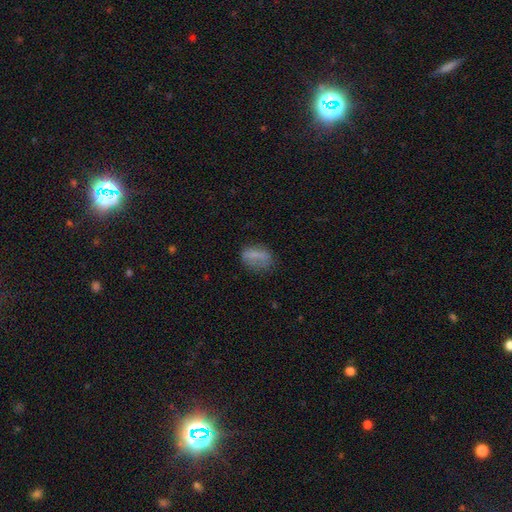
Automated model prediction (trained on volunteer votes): smooth-or-featured: smooth: 72% | featured or disk: 17% | star or artifact: 11%
  how-rounded: in between: 81% | round: 14% | cigar-shaped: 5%
  merging: none: 55% | minor disturbance: 27% | major disturbance: 15% | merger: 3%